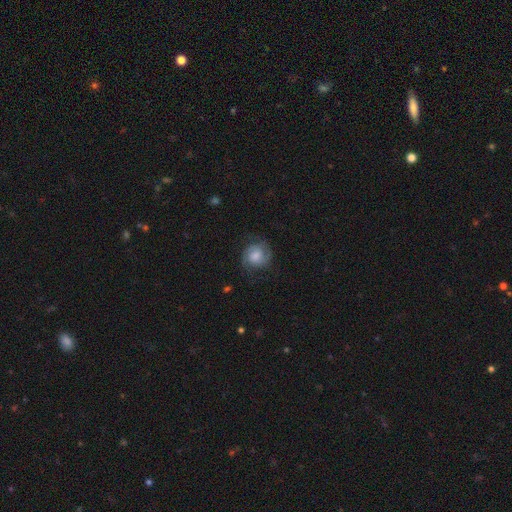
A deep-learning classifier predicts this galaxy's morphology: featured or disk 60%, smooth 32%, star or artifact 8%. Down the decision tree: edge-on disk — no (98%); bar — no (62%); spiral arms — yes (93%); spiral arm count — 2 (79%); spiral winding — medium (43%); bulge size — moderate (37%); merging — none (71%).